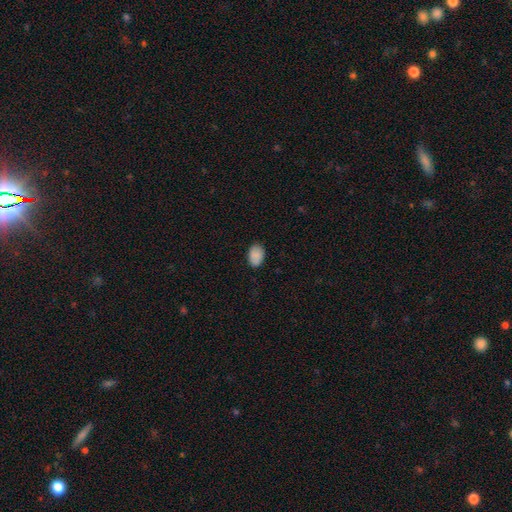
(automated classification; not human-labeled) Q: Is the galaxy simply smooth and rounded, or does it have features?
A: smooth — 88%.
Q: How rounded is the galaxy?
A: in between — 85%.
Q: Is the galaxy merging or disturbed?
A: none — 85%.